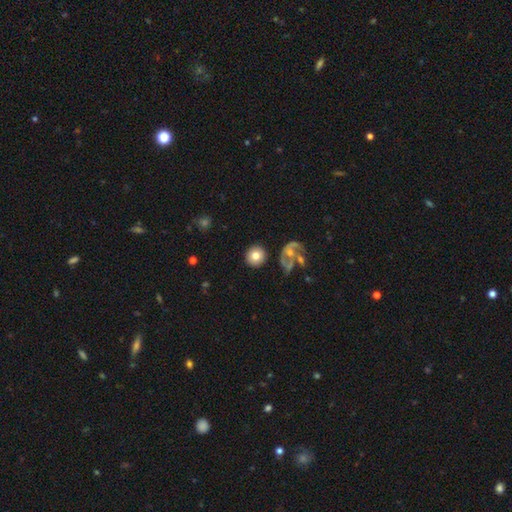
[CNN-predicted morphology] Smooth or featured? smooth (75%)
How rounded? round (89%)
Merging? none (85%)